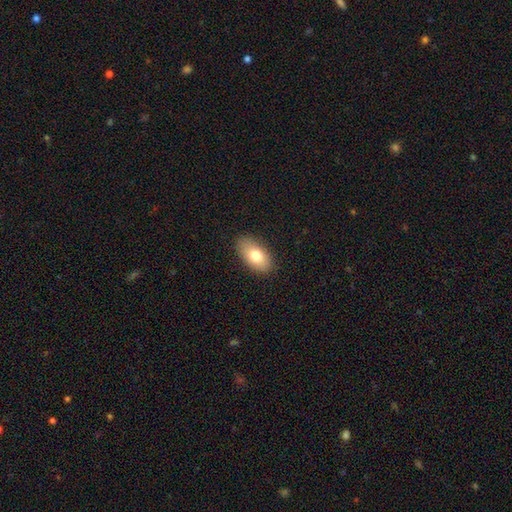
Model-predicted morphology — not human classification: Q: Smooth or featured?
A: smooth (76%); runner-up: featured or disk (17%)
Q: How rounded?
A: in between (93%); runner-up: round (4%)
Q: Merging?
A: none (87%); runner-up: minor disturbance (9%)